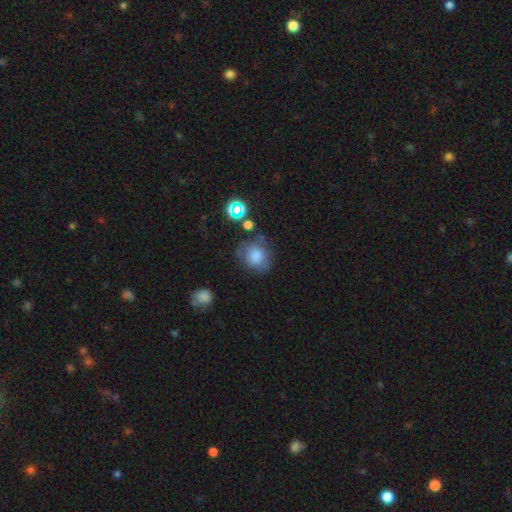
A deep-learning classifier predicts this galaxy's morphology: smooth_or_featured: smooth (p=0.76) [alt: star or artifact p=0.13]
how_rounded: round (p=0.76) [alt: in between p=0.23]
merging: none (p=0.65) [alt: minor disturbance p=0.22]